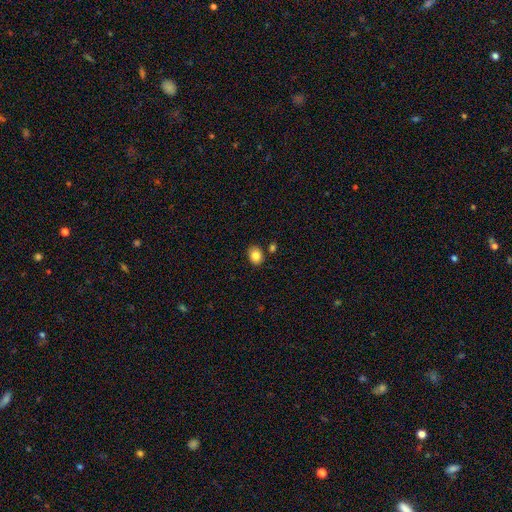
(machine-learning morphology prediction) Q: Smooth or featured?
A: smooth (83%); runner-up: star or artifact (9%)
Q: How rounded?
A: in between (54%); runner-up: round (46%)
Q: Merging?
A: none (84%); runner-up: minor disturbance (9%)